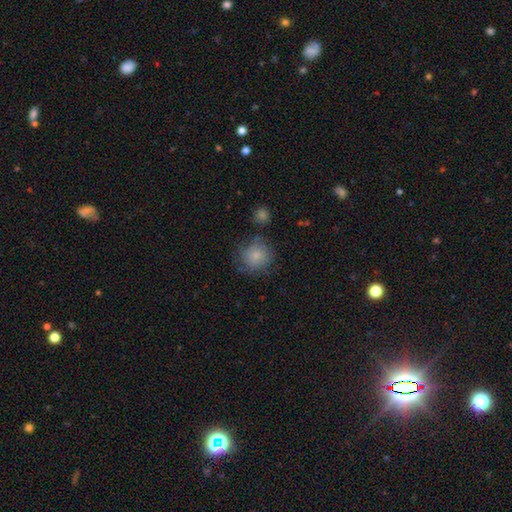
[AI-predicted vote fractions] smooth-or-featured: smooth: 78% | featured or disk: 14% | star or artifact: 8%
  how-rounded: round: 89% | in between: 10% | cigar-shaped: 1%
  merging: none: 67% | minor disturbance: 20% | major disturbance: 8% | merger: 5%